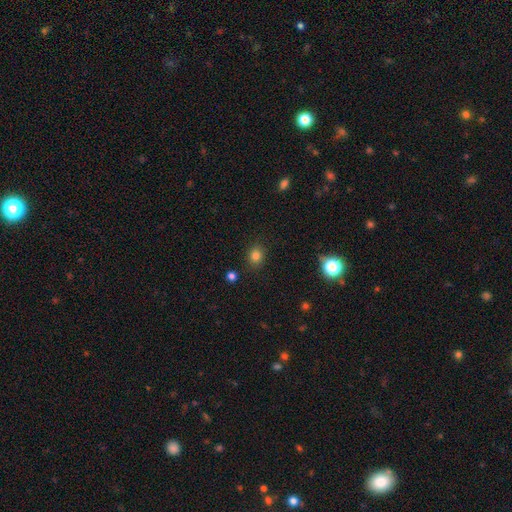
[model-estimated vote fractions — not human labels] A smooth galaxy with no disk features (80%) that is round (67%).

Vote fractions:
- Smooth or featured? smooth: 80% / star or artifact: 15% / featured or disk: 5%
- How rounded? round: 67% / in between: 32% / cigar-shaped: 1%
- Merging? none: 86% / minor disturbance: 9% / major disturbance: 3% / merger: 2%